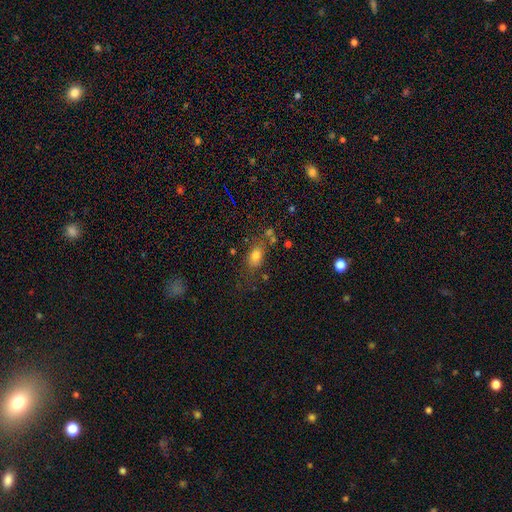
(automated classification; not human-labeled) smooth-or-featured: smooth: 76% | star or artifact: 13% | featured or disk: 11%
  how-rounded: in between: 78% | round: 19% | cigar-shaped: 3%
  merging: none: 64% | minor disturbance: 18% | major disturbance: 9% | merger: 8%